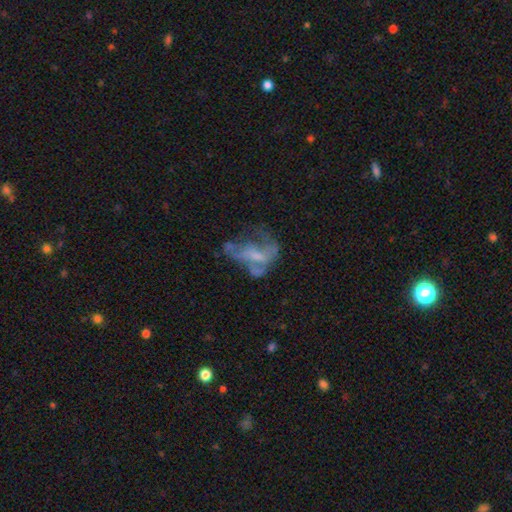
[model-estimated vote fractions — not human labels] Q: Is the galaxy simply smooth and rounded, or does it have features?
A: featured or disk — 59%.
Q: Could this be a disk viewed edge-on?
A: no — 96%.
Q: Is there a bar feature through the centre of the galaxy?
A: no — 69%.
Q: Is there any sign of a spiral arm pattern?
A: no — 74%.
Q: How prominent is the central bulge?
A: none — 37%.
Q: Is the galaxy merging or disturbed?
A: major disturbance — 44%.